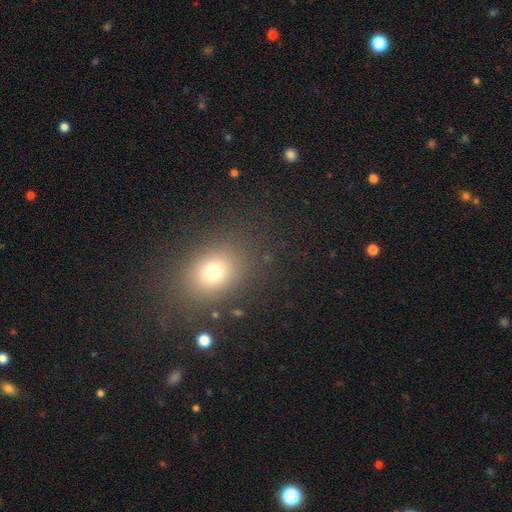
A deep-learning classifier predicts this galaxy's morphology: smooth-or-featured: smooth: 64% | star or artifact: 27% | featured or disk: 9%
  how-rounded: in between: 53% | round: 46% | cigar-shaped: 2%
  merging: none: 88% | minor disturbance: 7% | major disturbance: 3% | merger: 2%